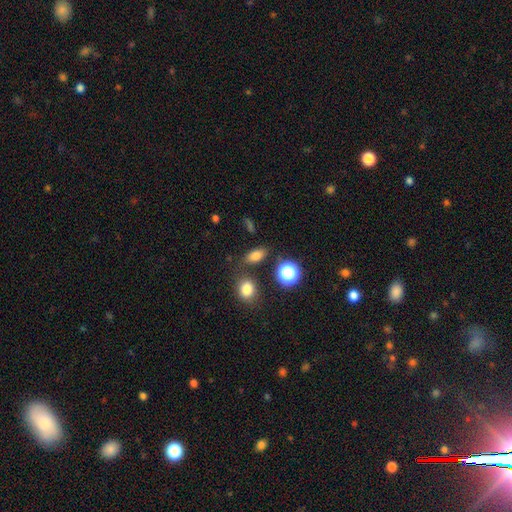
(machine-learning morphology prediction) This appears to be a smooth galaxy with no disk features (78%) that is in between round and cigar-shaped (82%). Merging: none (78%).